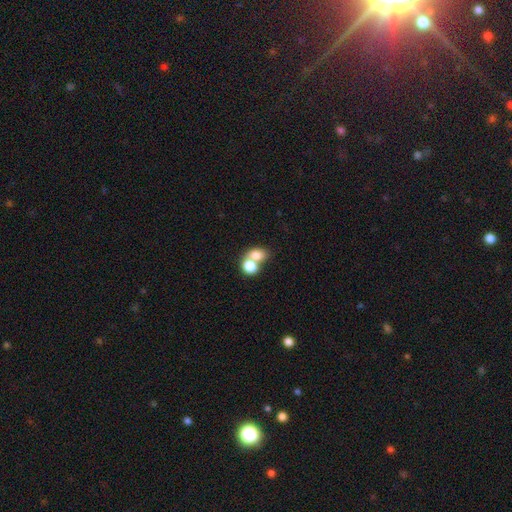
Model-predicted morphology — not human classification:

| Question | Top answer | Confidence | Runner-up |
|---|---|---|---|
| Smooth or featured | smooth | 76% | featured or disk (14%) |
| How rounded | in between | 53% | round (46%) |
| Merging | merger | 61% | none (29%) |